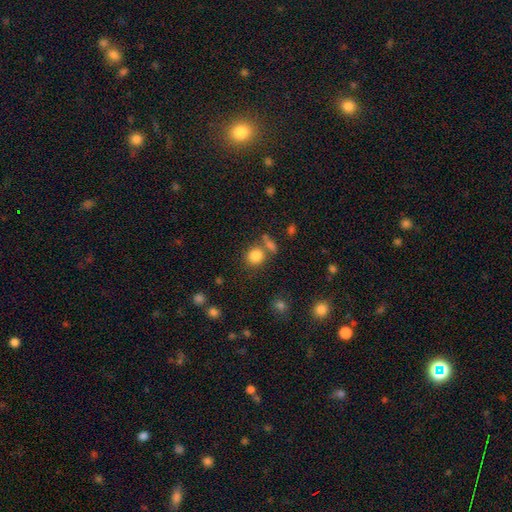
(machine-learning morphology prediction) type=smooth (82%); roundness=round (79%); merging=none (64%).